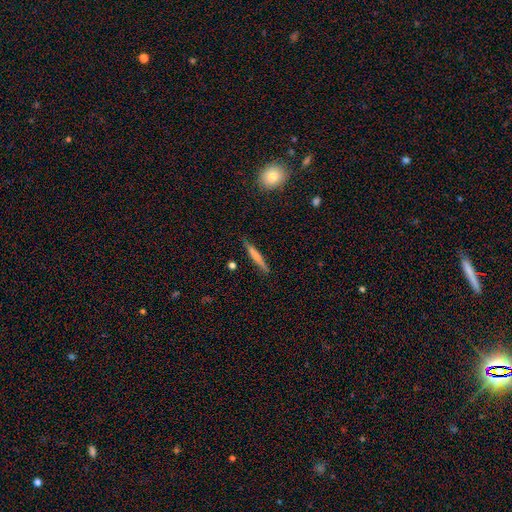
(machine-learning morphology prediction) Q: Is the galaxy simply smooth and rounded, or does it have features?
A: smooth — 62%.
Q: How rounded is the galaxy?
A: cigar-shaped — 94%.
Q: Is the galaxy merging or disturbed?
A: none — 86%.